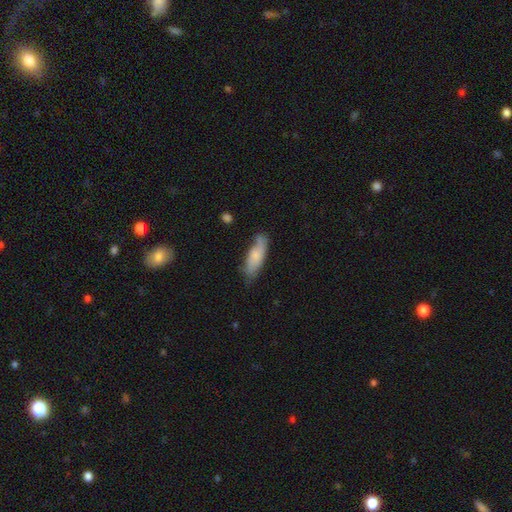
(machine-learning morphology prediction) A smooth galaxy with no disk features (72%) that is in between round and cigar-shaped (63%).

Vote fractions:
- Smooth or featured? smooth: 72% / featured or disk: 21% / star or artifact: 6%
- How rounded? in between: 63% / cigar-shaped: 35% / round: 2%
- Merging? none: 61% / minor disturbance: 28% / major disturbance: 7% / merger: 4%